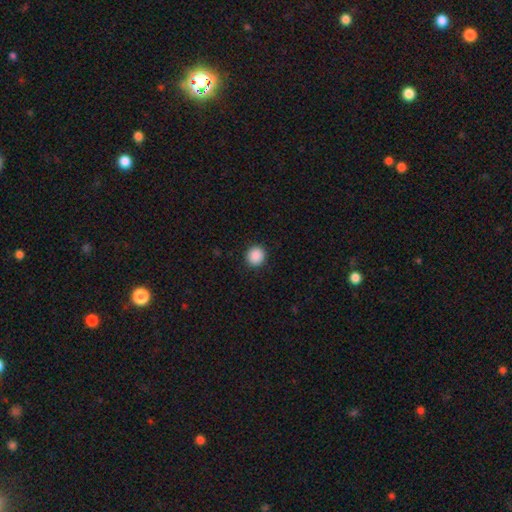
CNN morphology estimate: Smooth or featured? smooth (89%)
How rounded? round (90%)
Merging? none (92%)